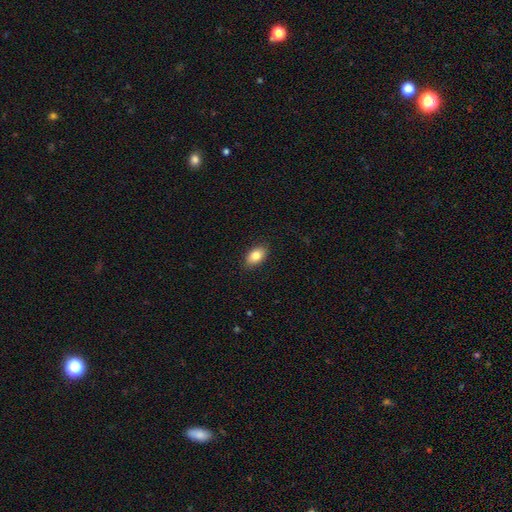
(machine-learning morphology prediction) Q: Smooth or featured?
A: smooth (84%); runner-up: featured or disk (9%)
Q: How rounded?
A: in between (91%); runner-up: round (7%)
Q: Merging?
A: none (88%); runner-up: minor disturbance (9%)